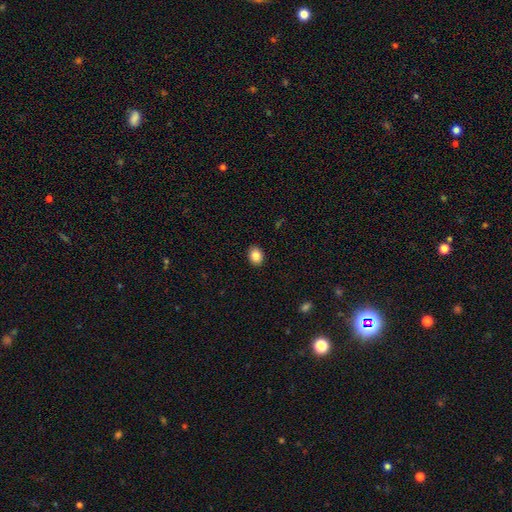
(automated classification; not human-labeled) Smooth or featured: smooth — 86% (star or artifact — 9%)
How rounded: in between — 59% (round — 40%)
Merging: none — 91% (minor disturbance — 6%)